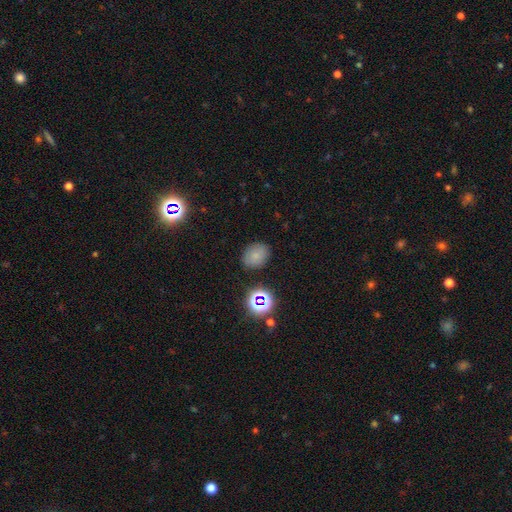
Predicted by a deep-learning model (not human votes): Morphology: type=smooth (73%); roundness=in between (55%); merging=none (83%).